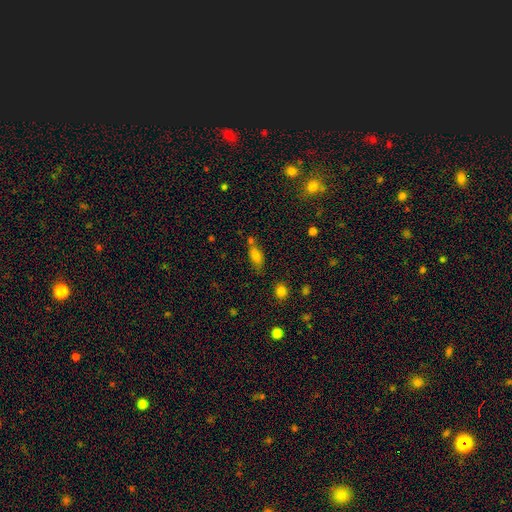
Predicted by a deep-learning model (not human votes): Smooth or featured? Predicted: smooth (p=0.76). How rounded? Predicted: in between (p=0.82). Merging? Predicted: none (p=0.56).